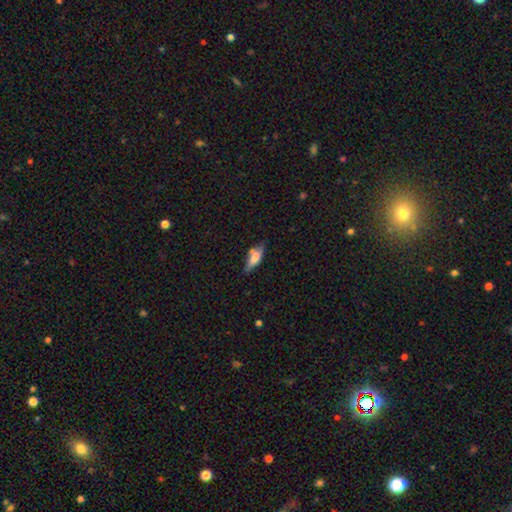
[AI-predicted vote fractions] Smooth or featured?
  - smooth: 65% *
  - featured or disk: 27%
  - star or artifact: 8%
How rounded?
  - in between: 57% *
  - cigar-shaped: 40%
  - round: 3%
Merging?
  - none: 57% *
  - minor disturbance: 24%
  - merger: 12%
  - major disturbance: 7%